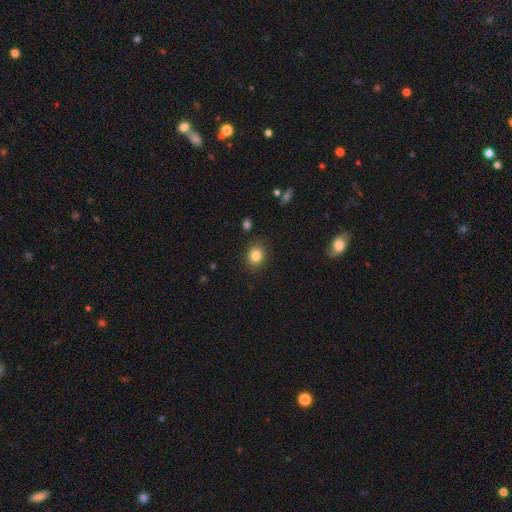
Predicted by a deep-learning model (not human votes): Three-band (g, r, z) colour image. It shows a smooth galaxy with no disk features (83%) that is round (68%). Merging: none (87%).